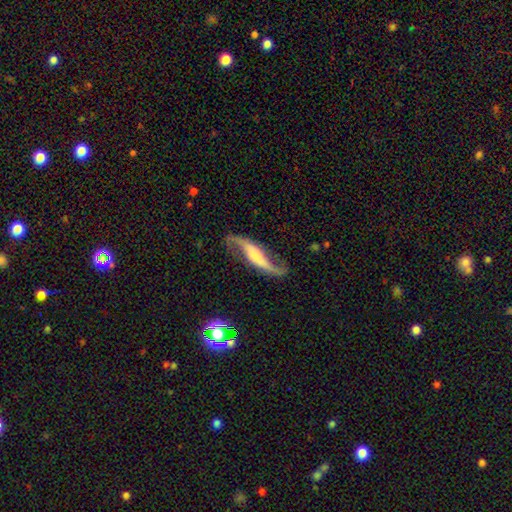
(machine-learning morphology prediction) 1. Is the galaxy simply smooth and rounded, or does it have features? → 85% featured or disk, 10% smooth, 5% star or artifact.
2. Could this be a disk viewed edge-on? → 83% no, 17% yes.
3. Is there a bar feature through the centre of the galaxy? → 36% no, 32% strong, 31% weak.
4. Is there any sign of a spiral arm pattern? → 95% yes, 5% no.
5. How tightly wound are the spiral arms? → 88% loose, 9% medium, 3% tight.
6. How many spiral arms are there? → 93% 2, 3% 1, 2% can't tell, 1% 3, 1% 4, 1% more than 4.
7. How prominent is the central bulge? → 33% small, 29% moderate, 19% none, 14% large, 4% dominant.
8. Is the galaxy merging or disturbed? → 72% none, 16% minor disturbance, 10% major disturbance, 3% merger.